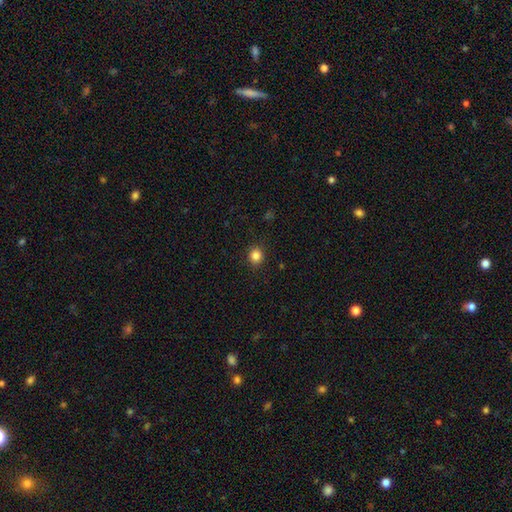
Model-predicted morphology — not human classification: Smooth or featured? smooth (84%)
How rounded? round (84%)
Merging? none (90%)